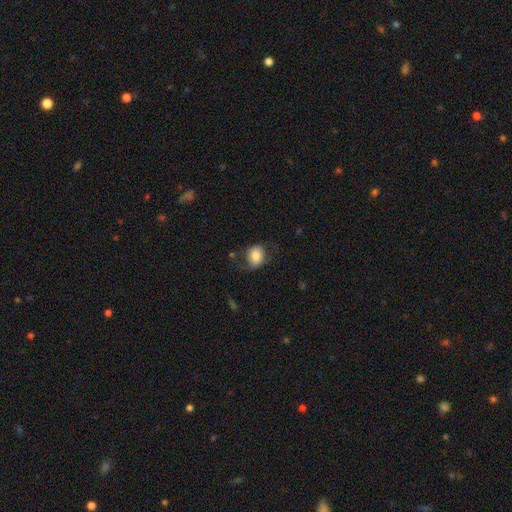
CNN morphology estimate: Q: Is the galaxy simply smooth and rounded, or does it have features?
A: smooth — 74%.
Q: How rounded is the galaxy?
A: in between — 50%.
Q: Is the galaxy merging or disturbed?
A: none — 57%.